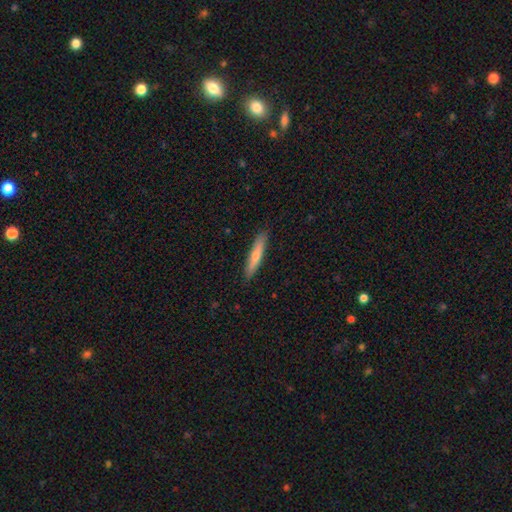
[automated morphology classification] A smooth galaxy with no disk features (57%) that is cigar-shaped (91%).

Vote fractions:
- Smooth or featured? smooth: 57% / featured or disk: 37% / star or artifact: 6%
- How rounded? cigar-shaped: 91% / in between: 8% / round: 1%
- Merging? none: 90% / minor disturbance: 8% / major disturbance: 1% / merger: 1%